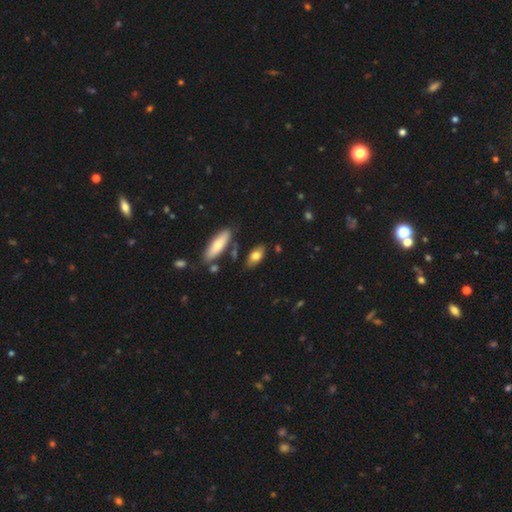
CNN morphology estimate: A smooth galaxy with no disk features (76%) that is in between round and cigar-shaped (85%).

Vote fractions:
- Smooth or featured? smooth: 76% / featured or disk: 17% / star or artifact: 7%
- How rounded? in between: 85% / cigar-shaped: 11% / round: 5%
- Merging? none: 74% / minor disturbance: 15% / merger: 7% / major disturbance: 4%